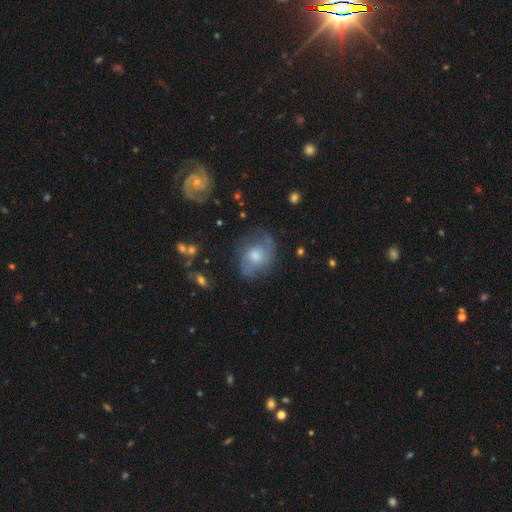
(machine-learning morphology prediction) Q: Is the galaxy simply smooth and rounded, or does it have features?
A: featured or disk — 57%.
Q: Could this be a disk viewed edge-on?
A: no — 96%.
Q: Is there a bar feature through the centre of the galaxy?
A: no — 70%.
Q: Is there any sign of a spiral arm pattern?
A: yes — 79%.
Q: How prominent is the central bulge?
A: moderate — 57%.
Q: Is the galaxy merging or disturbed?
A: none — 61%.